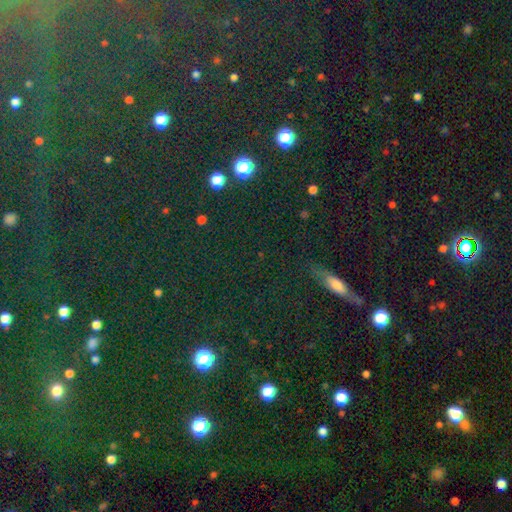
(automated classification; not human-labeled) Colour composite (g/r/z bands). It shows a star or artifact, not a galaxy (52%).